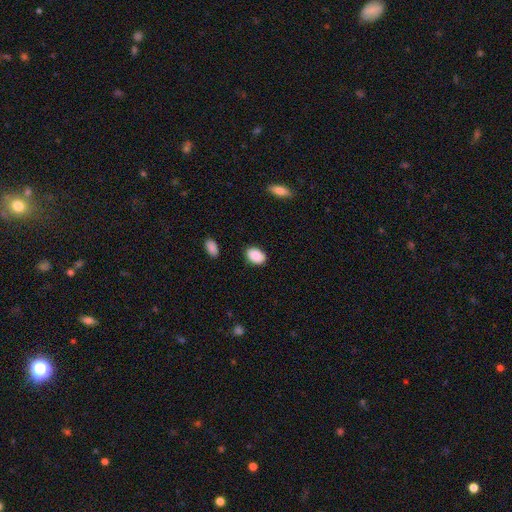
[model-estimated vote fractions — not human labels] This appears to be a smooth galaxy with no disk features (90%) that is in between round and cigar-shaped (85%). Merging: none (86%).